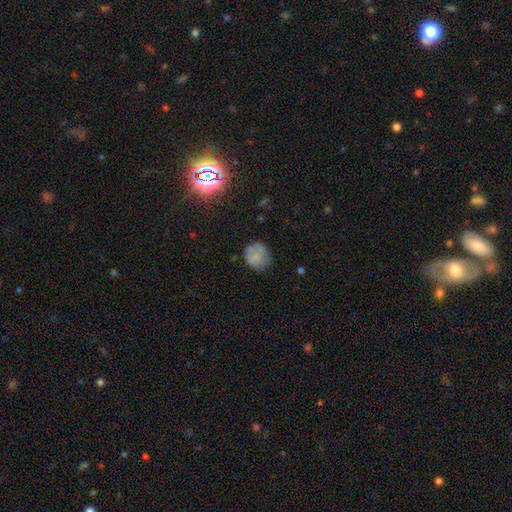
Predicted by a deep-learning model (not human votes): Smooth or featured: smooth — 73% (featured or disk — 16%)
How rounded: round — 85% (in between — 14%)
Merging: none — 68% (minor disturbance — 20%)